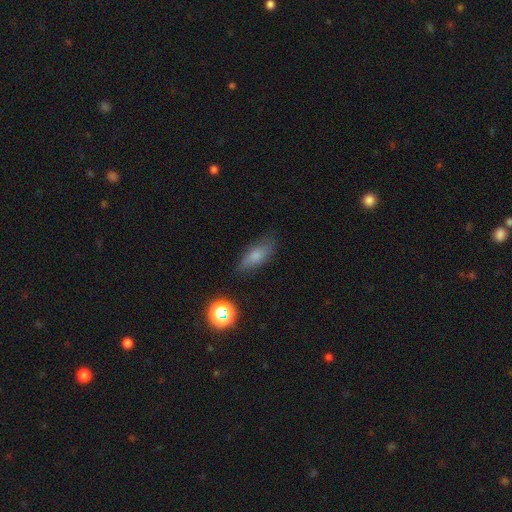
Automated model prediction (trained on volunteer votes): smooth 75%, featured or disk 15%, star or artifact 10%. Down the decision tree: how rounded — in between (73%); merging — none (75%).